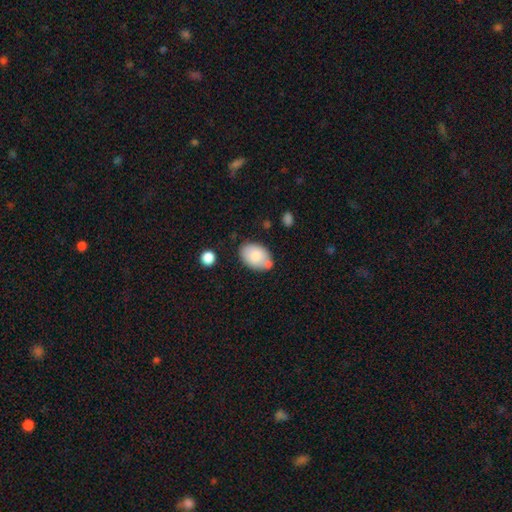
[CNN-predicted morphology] smooth-or-featured: smooth: 81% | featured or disk: 13% | star or artifact: 7%
  how-rounded: in between: 89% | round: 10% | cigar-shaped: 1%
  merging: none: 67% | minor disturbance: 19% | merger: 9% | major disturbance: 4%